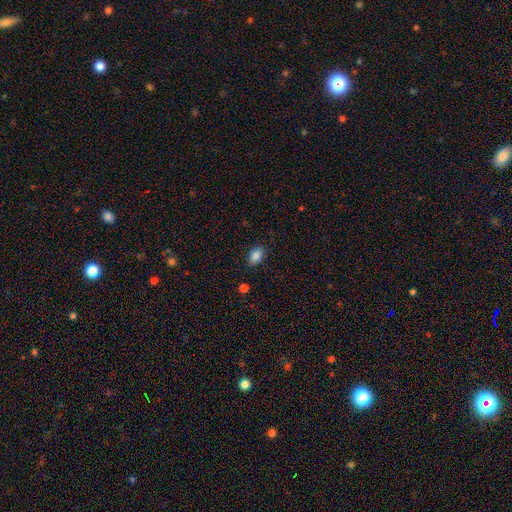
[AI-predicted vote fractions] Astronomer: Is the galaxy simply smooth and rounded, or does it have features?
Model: smooth — 87%.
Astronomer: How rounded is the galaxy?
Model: in between — 88%.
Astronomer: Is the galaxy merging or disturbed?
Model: none — 86%.